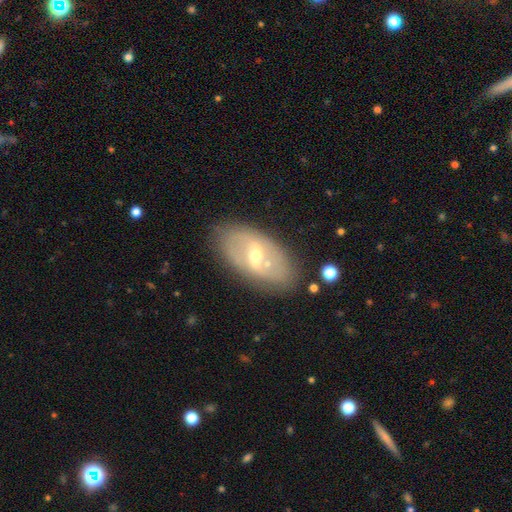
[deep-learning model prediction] Overall: featured or disk (67%). Edge-on disk: no (90%). Bar: weak (45%; strong 34%). Spiral arms: no (53%; yes 47%). Bulge size: small (49%; moderate 48%). Merging: none (78%).